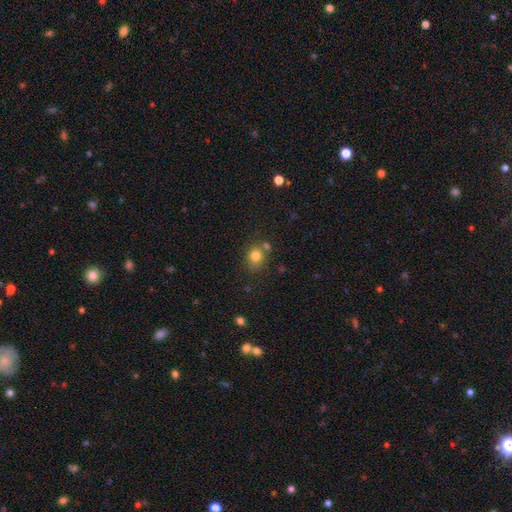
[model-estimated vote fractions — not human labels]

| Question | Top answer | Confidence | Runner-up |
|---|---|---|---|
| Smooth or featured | smooth | 79% | star or artifact (13%) |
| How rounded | round | 71% | in between (28%) |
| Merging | none | 63% | merger (18%) |